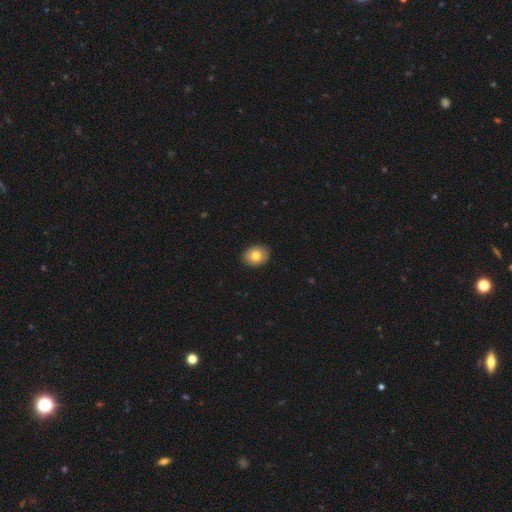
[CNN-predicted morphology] The model was most divided on "how rounded": in between: 67%, round: 32%, cigar-shaped: 1%. More confident: merging — none (88%); smooth or featured — smooth (78%).